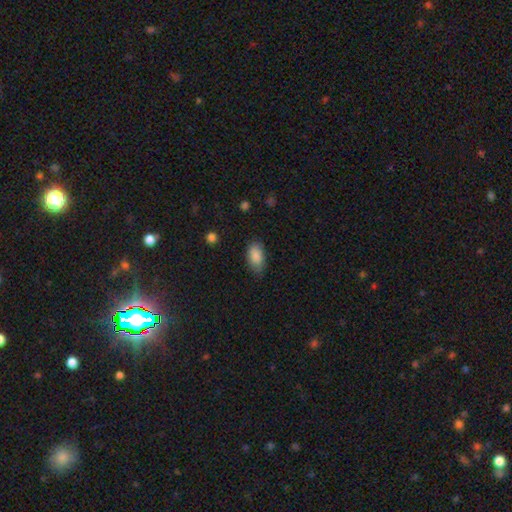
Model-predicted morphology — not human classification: Smooth or featured: smooth — 87% (star or artifact — 7%)
How rounded: in between — 93% (round — 4%)
Merging: none — 77% (minor disturbance — 18%)